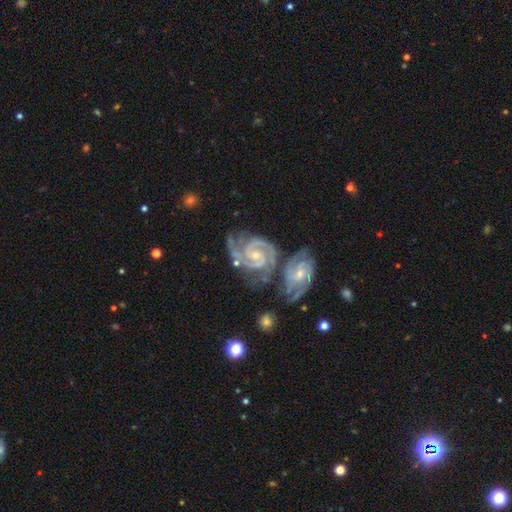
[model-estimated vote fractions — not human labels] A featured or disk galaxy (92%) with no bar (46%), 2 (72%) tight (55%) spiral arms (99%) and a small central bulge (65%).

Vote fractions:
- Smooth or featured? featured or disk: 92% / star or artifact: 4% / smooth: 3%
- Edge-on disk? no: 98% / yes: 2%
- Bar? no: 46% / weak: 39% / strong: 14%
- Spiral arms? yes: 99% / no: 1%
- Spiral winding? tight: 55% / medium: 40% / loose: 5%
- Spiral arm count? 2: 72% / 3: 15% / can't tell: 5% / 4: 3% / 1: 2% / more than 4: 2%
- Bulge size? small: 65% / moderate: 29% / none: 3% / large: 1% / dominant: 1%
- Merging? merger: 41% / none: 36% / minor disturbance: 16% / major disturbance: 7%